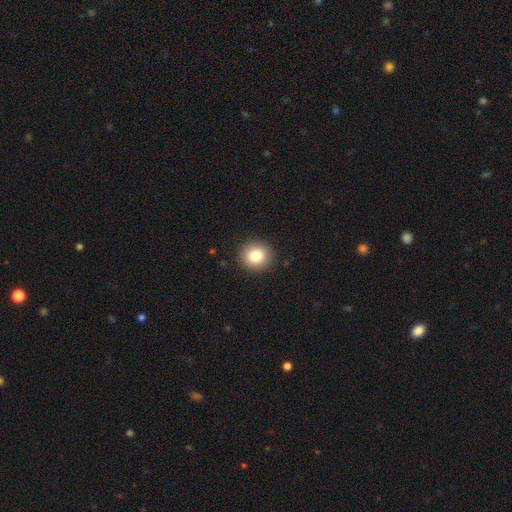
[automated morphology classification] smooth 83%, star or artifact 10%, featured or disk 7%. Down the decision tree: how rounded — round (90%); merging — none (91%).